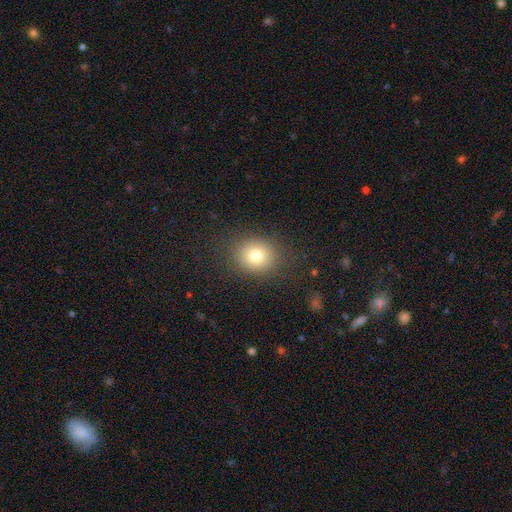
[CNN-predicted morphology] This is likely a smooth galaxy (79%). How rounded: likely round (69%). Merging: clearly none (86%).